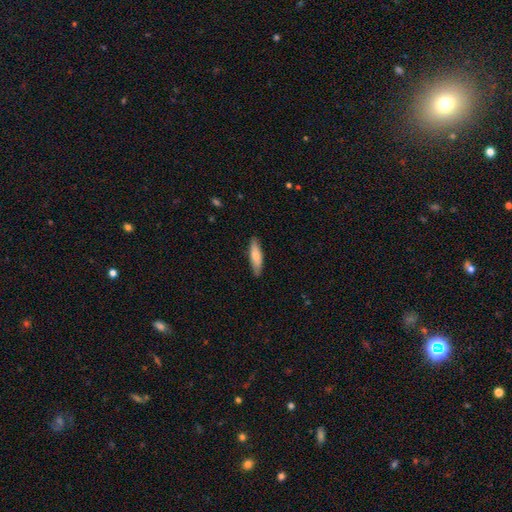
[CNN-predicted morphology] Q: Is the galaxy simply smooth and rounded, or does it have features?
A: smooth — 72%.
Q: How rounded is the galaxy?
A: cigar-shaped — 67%.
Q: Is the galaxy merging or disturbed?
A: none — 86%.